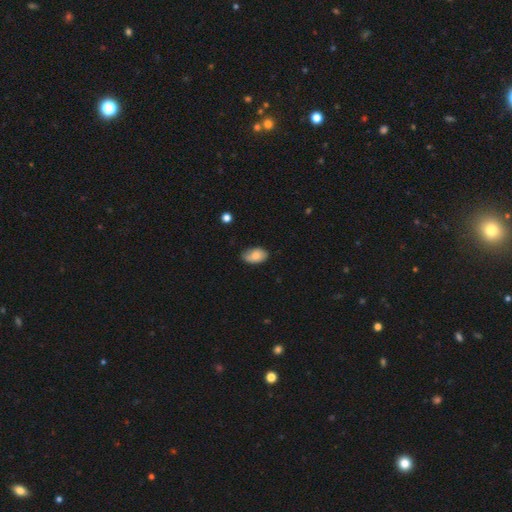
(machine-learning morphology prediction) This appears to be a smooth galaxy with no disk features (77%) that is in between round and cigar-shaped (90%). Merging: none (65%).